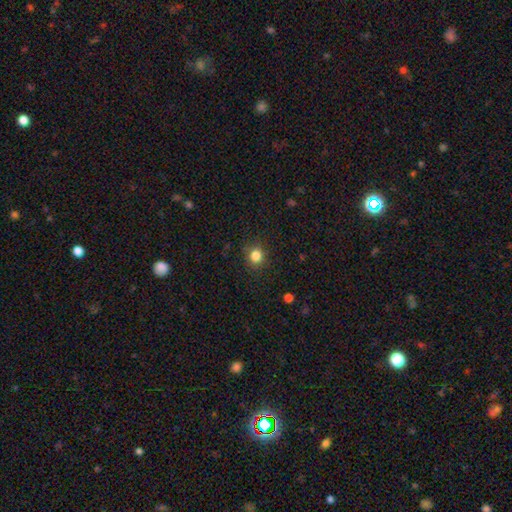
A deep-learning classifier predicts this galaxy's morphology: Smooth or featured?
  - smooth: 83% *
  - star or artifact: 12%
  - featured or disk: 5%
How rounded?
  - round: 88% *
  - in between: 11%
  - cigar-shaped: 1%
Merging?
  - none: 88% *
  - minor disturbance: 8%
  - major disturbance: 3%
  - merger: 1%